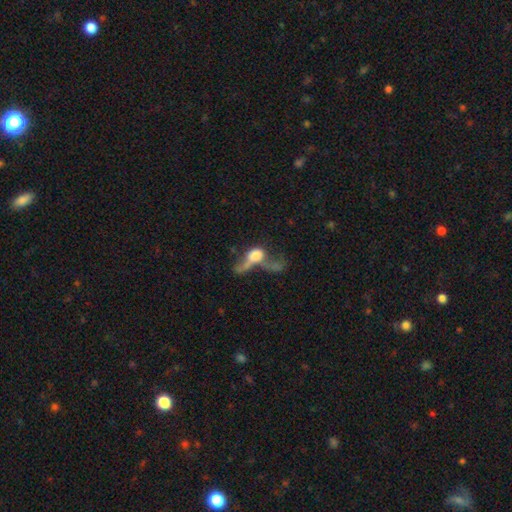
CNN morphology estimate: Smooth or featured: smooth — 50% (featured or disk — 38%)
How rounded: in between — 57% (round — 32%)
Merging: major disturbance — 44% (merger — 35%)